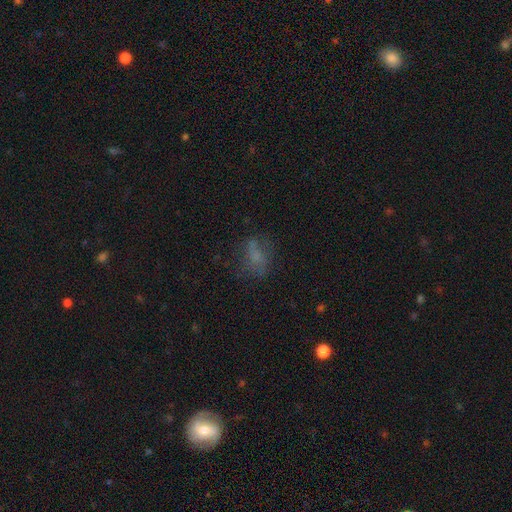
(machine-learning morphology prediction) Smooth or featured: smooth — 57% (featured or disk — 23%)
How rounded: in between — 65% (round — 29%)
Merging: none — 55% (minor disturbance — 21%)